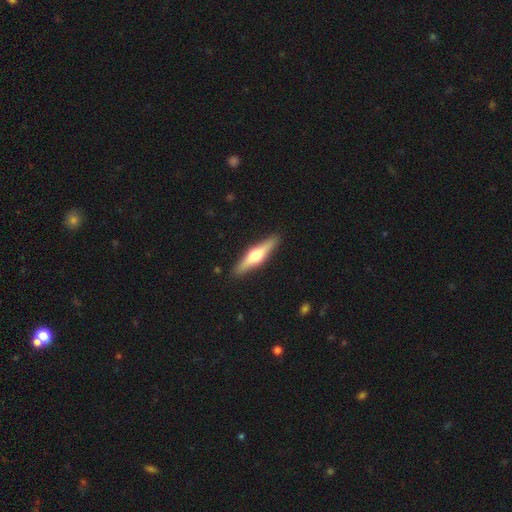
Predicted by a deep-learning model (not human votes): The model was most divided on "smooth or featured": featured or disk: 59%, smooth: 36%, star or artifact: 5%. More confident: edge-on disk — yes (96%); edge-on bulge — rounded (93%); merging — none (90%).